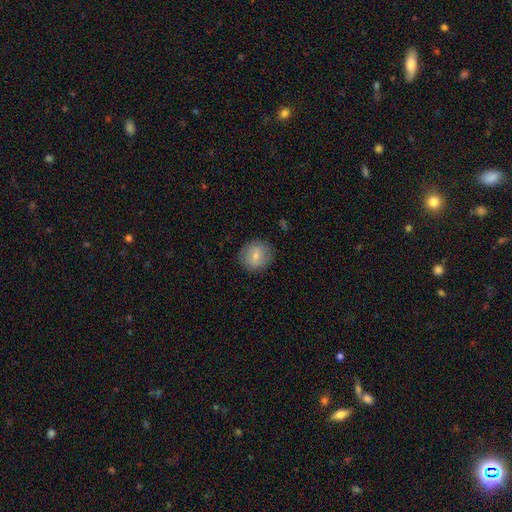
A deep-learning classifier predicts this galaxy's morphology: Overall: smooth (75%). How rounded: round (80%). Merging: none (86%).